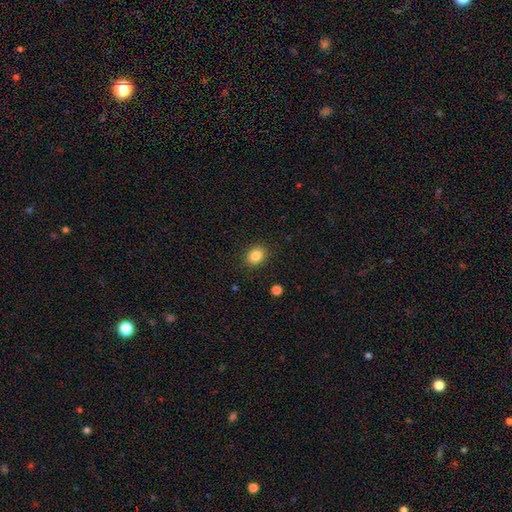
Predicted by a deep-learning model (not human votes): smooth 84%, star or artifact 10%, featured or disk 5%. Down the decision tree: how rounded — round (53%); merging — none (89%).